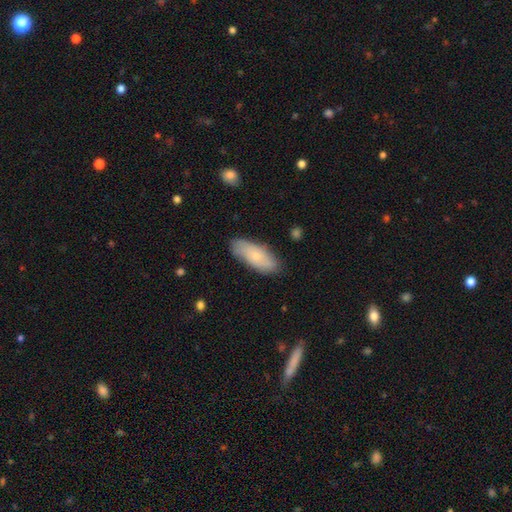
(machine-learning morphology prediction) Smooth or featured: smooth — 71% (featured or disk — 23%)
How rounded: in between — 76% (cigar-shaped — 22%)
Merging: none — 82% (minor disturbance — 14%)